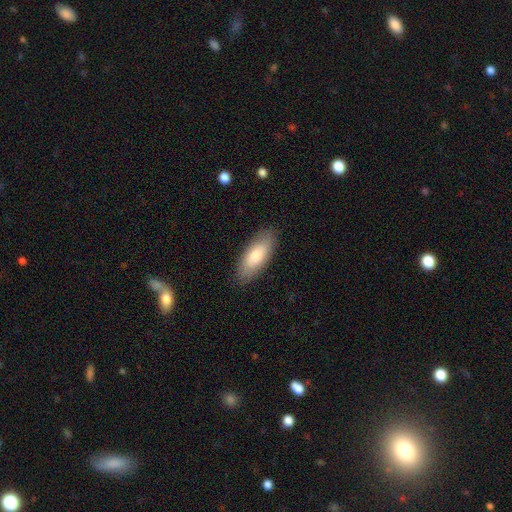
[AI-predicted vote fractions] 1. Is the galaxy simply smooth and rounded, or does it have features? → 81% smooth, 14% featured or disk, 5% star or artifact.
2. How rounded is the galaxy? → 79% in between, 20% cigar-shaped, 2% round.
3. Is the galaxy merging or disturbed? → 85% none, 11% minor disturbance, 3% major disturbance, 1% merger.